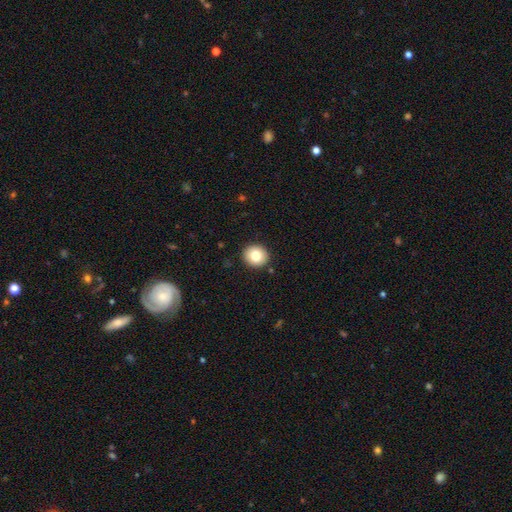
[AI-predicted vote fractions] A smooth galaxy with no disk features (82%) that is round (84%). Merging: none (91%).